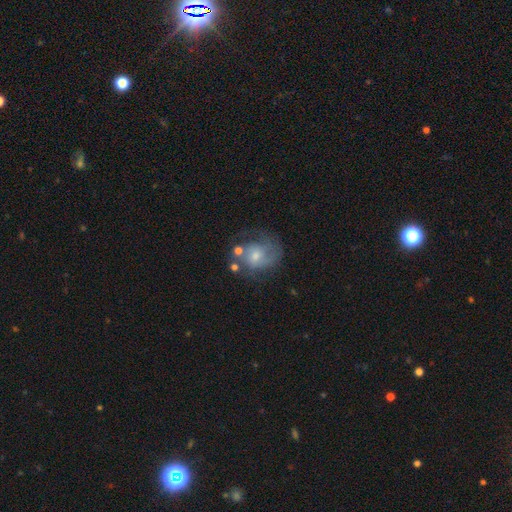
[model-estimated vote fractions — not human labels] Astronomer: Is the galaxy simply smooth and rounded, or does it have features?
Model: featured or disk — 61%.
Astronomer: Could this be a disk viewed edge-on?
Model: no — 98%.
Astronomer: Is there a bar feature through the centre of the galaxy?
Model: no — 66%.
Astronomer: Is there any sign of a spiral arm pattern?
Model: yes — 81%.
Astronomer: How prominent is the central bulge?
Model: small — 46% (runner-up: moderate, 43%).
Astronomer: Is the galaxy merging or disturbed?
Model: none — 46% (runner-up: minor disturbance, 23%).